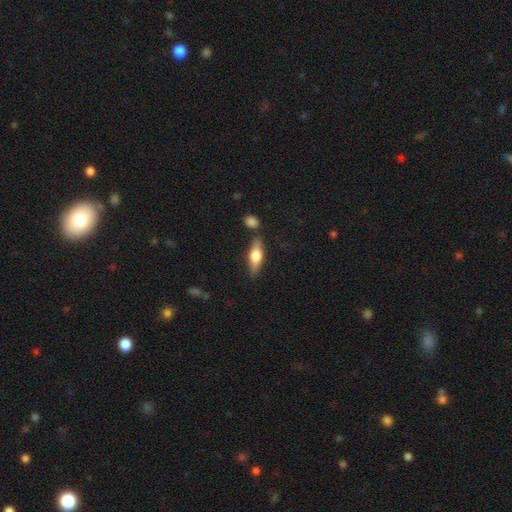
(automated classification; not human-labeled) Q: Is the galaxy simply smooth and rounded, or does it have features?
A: smooth — 50%.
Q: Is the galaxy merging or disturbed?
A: none — 76%.